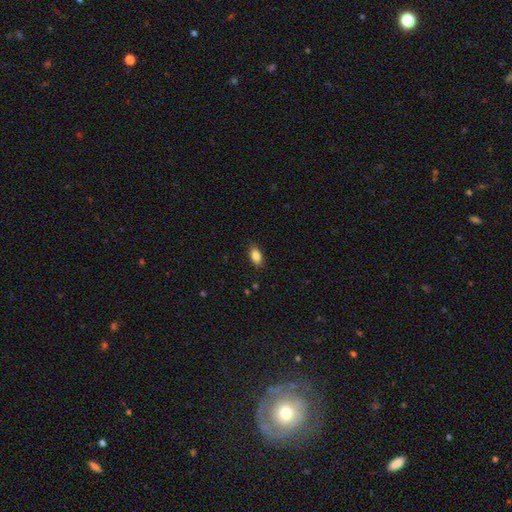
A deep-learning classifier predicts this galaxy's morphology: smooth_or_featured: smooth (p=0.87) [alt: star or artifact p=0.08]
how_rounded: in between (p=0.90) [alt: round p=0.07]
merging: none (p=0.87) [alt: minor disturbance p=0.10]